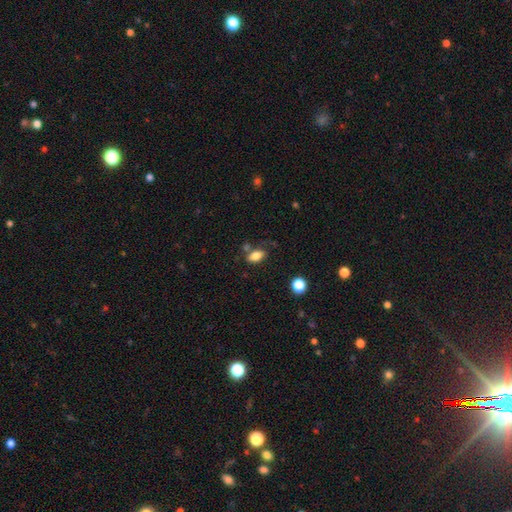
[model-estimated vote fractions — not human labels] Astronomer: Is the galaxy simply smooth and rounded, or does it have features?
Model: smooth — 82%.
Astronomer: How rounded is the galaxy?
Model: in between — 89%.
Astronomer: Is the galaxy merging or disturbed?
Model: none — 66%.